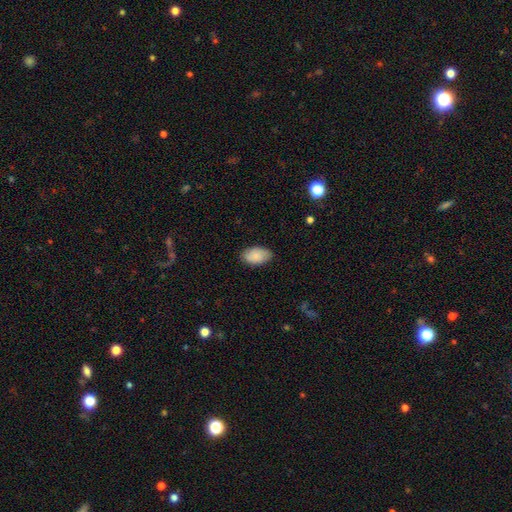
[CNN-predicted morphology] A smooth galaxy with no disk features (86%) that is in between round and cigar-shaped (94%).

Vote fractions:
- Smooth or featured? smooth: 86% / featured or disk: 8% / star or artifact: 6%
- How rounded? in between: 94% / round: 5% / cigar-shaped: 1%
- Merging? none: 82% / minor disturbance: 14% / major disturbance: 3% / merger: 1%